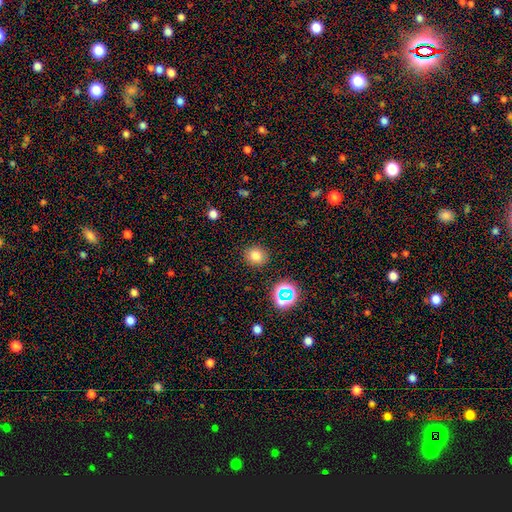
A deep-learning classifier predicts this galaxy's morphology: smooth_or_featured: smooth (p=0.77) [alt: star or artifact p=0.16]
how_rounded: round (p=0.78) [alt: in between p=0.22]
merging: none (p=0.87) [alt: minor disturbance p=0.08]